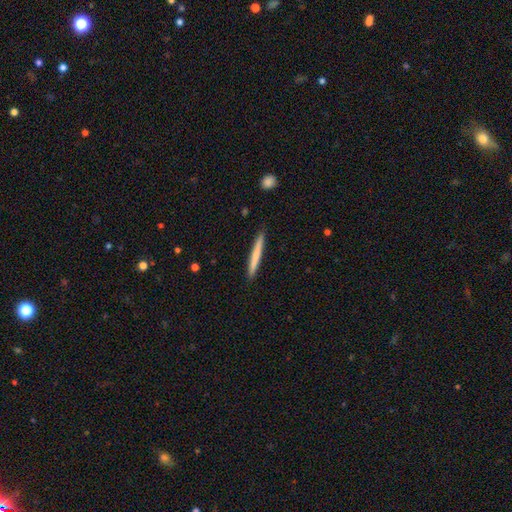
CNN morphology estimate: smooth-or-featured: smooth: 67% | featured or disk: 28% | star or artifact: 5%
  how-rounded: cigar-shaped: 97% | in between: 2% | round: 1%
  merging: none: 91% | minor disturbance: 6% | major disturbance: 1% | merger: 1%